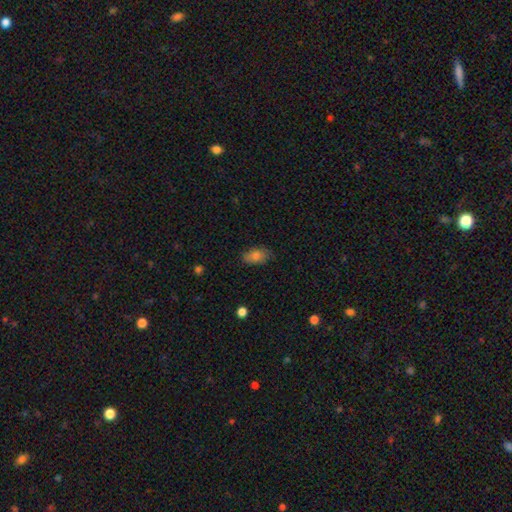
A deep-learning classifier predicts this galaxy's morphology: smooth 81%, featured or disk 10%, star or artifact 9%. Down the decision tree: how rounded — in between (90%); merging — none (80%).